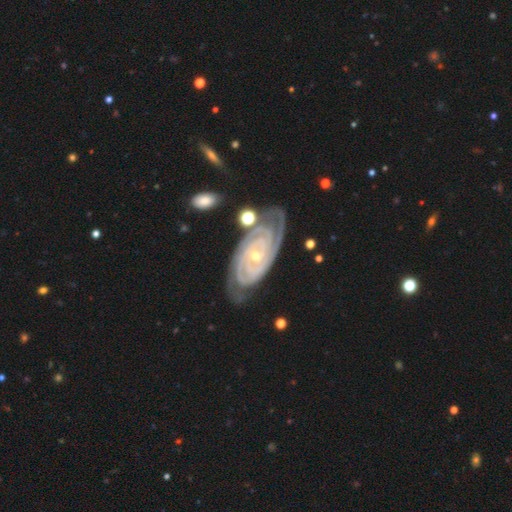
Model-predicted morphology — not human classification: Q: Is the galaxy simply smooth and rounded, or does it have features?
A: featured or disk — 93%.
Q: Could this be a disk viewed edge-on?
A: no — 96%.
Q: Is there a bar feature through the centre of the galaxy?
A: no — 67%.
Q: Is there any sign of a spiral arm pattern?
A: yes — 99%.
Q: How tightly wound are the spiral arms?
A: tight — 86%.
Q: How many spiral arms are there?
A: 2 — 45%.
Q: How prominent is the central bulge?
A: small — 67%.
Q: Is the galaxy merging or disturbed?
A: none — 69%.